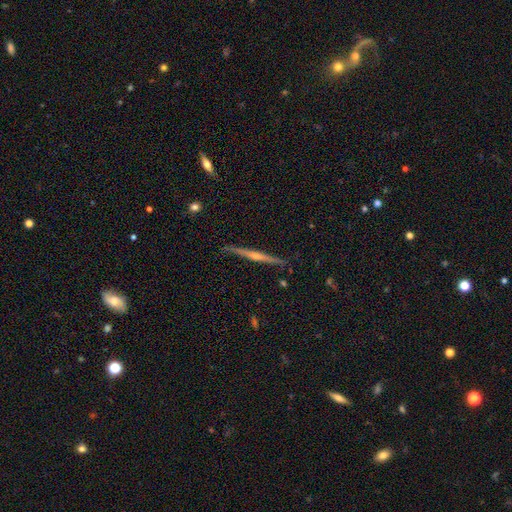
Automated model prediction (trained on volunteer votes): The model was most divided on "edge-on bulge": rounded: 76%, none: 18%, boxy: 6%. More confident: edge-on disk — yes (98%); merging — none (89%); smooth or featured — featured or disk (78%).